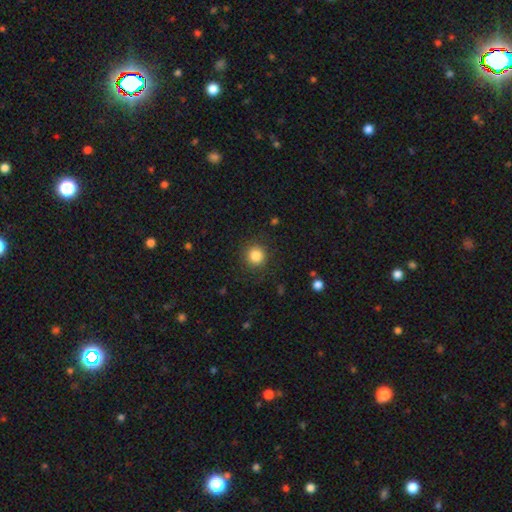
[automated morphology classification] The model was most divided on "smooth or featured": smooth: 85%, star or artifact: 11%, featured or disk: 5%. More confident: how rounded — round (93%); merging — none (88%).